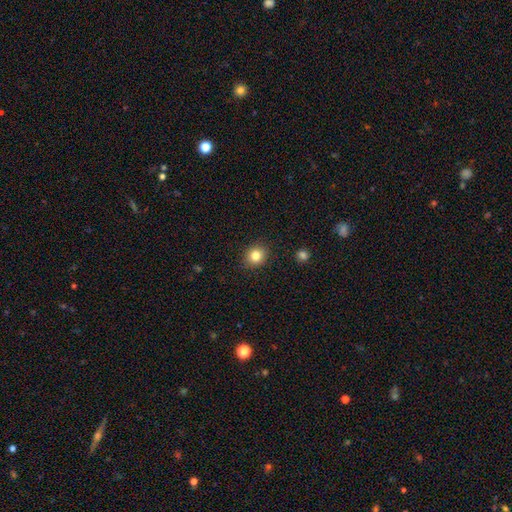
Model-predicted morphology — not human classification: Q: Smooth or featured?
A: smooth (82%); runner-up: star or artifact (11%)
Q: How rounded?
A: round (75%); runner-up: in between (24%)
Q: Merging?
A: none (89%); runner-up: minor disturbance (8%)